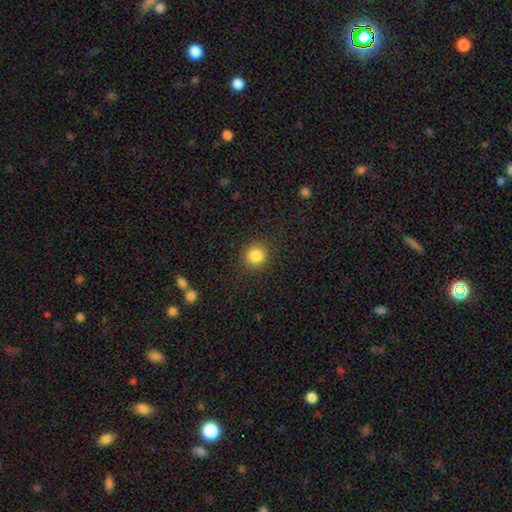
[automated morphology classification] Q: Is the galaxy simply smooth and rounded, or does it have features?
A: smooth — 85%.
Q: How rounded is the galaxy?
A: round — 89%.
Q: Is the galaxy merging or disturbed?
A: none — 89%.